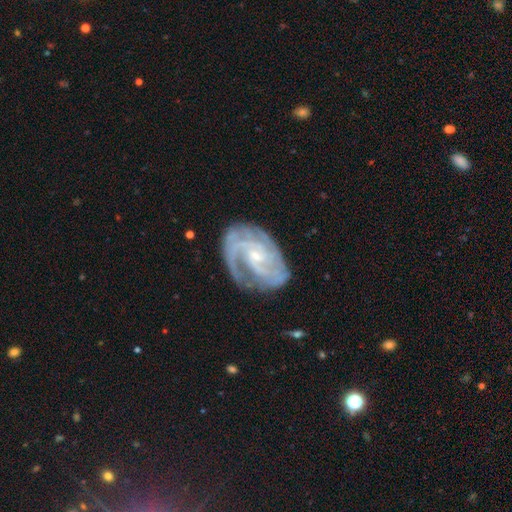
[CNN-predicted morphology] smooth-or-featured: featured or disk: 88% | smooth: 6% | star or artifact: 6%
  disk-edge-on: no: 97% | yes: 3%
    bar: no: 50% | weak: 39% | strong: 11%
    has-spiral-arms: yes: 97% | no: 3%
      spiral-winding: tight: 55% | medium: 37% | loose: 8%
      spiral-arm-count: 2: 30% | 3: 29% | can't tell: 18% | 4: 11% | 1: 6% | more than 4: 6%
    bulge-size: small: 73% | moderate: 21% | none: 3% | large: 1% | dominant: 1%
  merging: none: 71% | minor disturbance: 19% | major disturbance: 8% | merger: 2%